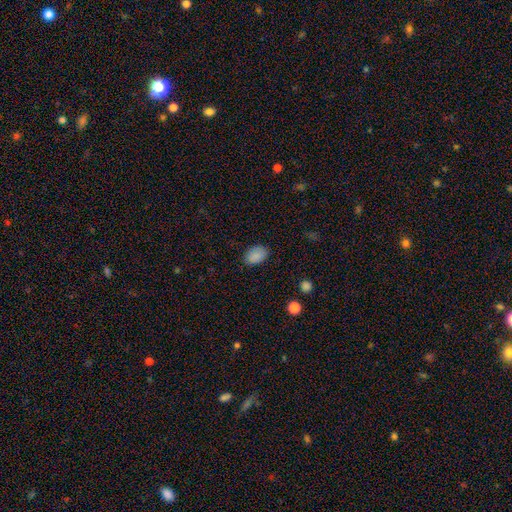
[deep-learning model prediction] smooth-or-featured: smooth: 87% | star or artifact: 9% | featured or disk: 4%
  how-rounded: in between: 84% | round: 15% | cigar-shaped: 1%
  merging: none: 83% | minor disturbance: 13% | major disturbance: 3% | merger: 1%